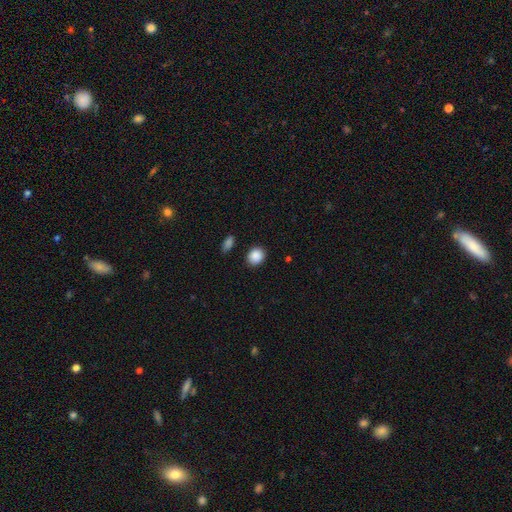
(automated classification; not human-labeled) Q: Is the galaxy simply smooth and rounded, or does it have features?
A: smooth — 89%.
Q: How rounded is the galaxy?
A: round — 67%.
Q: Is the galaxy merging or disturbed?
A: none — 87%.